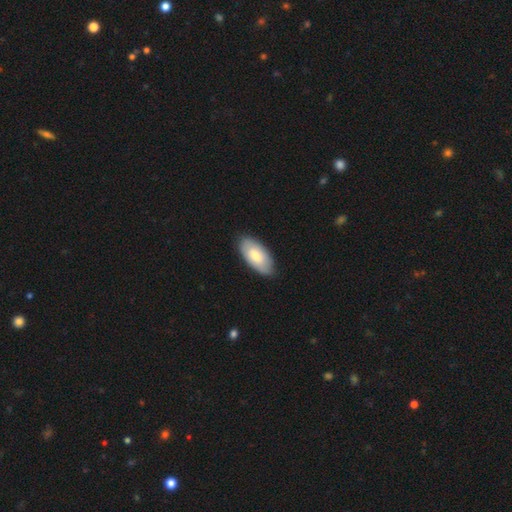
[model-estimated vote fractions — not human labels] Smooth or featured? smooth (74%)
How rounded? in between (94%)
Merging? none (84%)